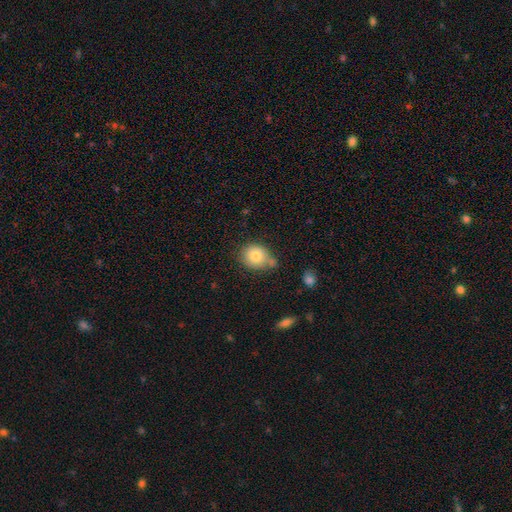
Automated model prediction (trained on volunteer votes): The model was most divided on "merging": none: 57%, minor disturbance: 21%, merger: 16%, major disturbance: 6%. More confident: smooth or featured — smooth (80%); how rounded — round (76%).